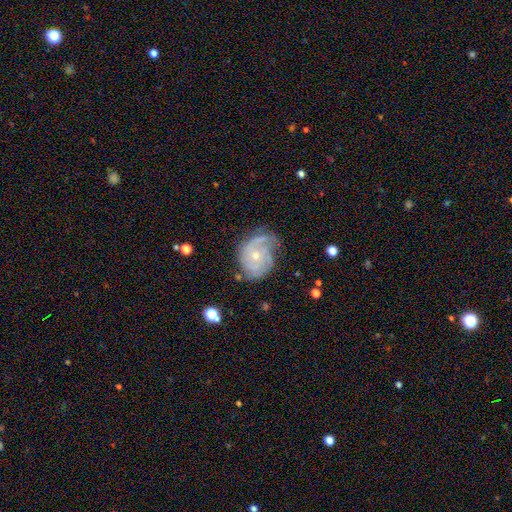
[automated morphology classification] A featured or disk galaxy (79%) with no bar (78%), tight (56%) spiral arms (92%) and a small central bulge (63%).

Vote fractions:
- Smooth or featured? featured or disk: 79% / smooth: 14% / star or artifact: 7%
- Edge-on disk? no: 97% / yes: 3%
- Bar? no: 78% / weak: 19% / strong: 3%
- Spiral arms? yes: 92% / no: 8%
- Spiral winding? tight: 56% / medium: 33% / loose: 11%
- Spiral arm count? can't tell: 30% / 3: 27% / 2: 24% / 4: 8% / 1: 7% / more than 4: 5%
- Bulge size? small: 63% / moderate: 34% / none: 2% / large: 1% / dominant: 1%
- Merging? none: 57% / minor disturbance: 27% / major disturbance: 13% / merger: 3%